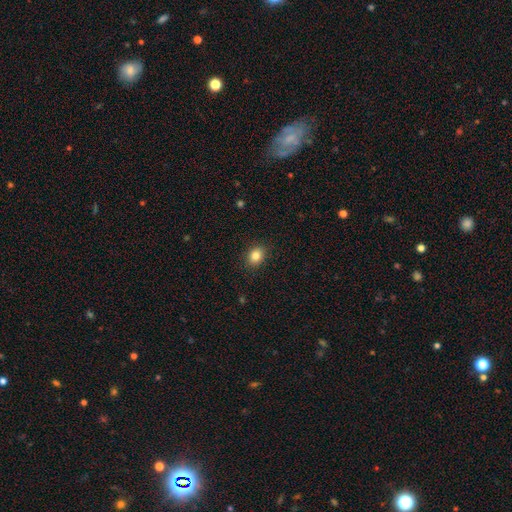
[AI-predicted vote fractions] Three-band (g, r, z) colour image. It shows a smooth galaxy with no disk features (85%) that is round (50%). Merging: none (90%).